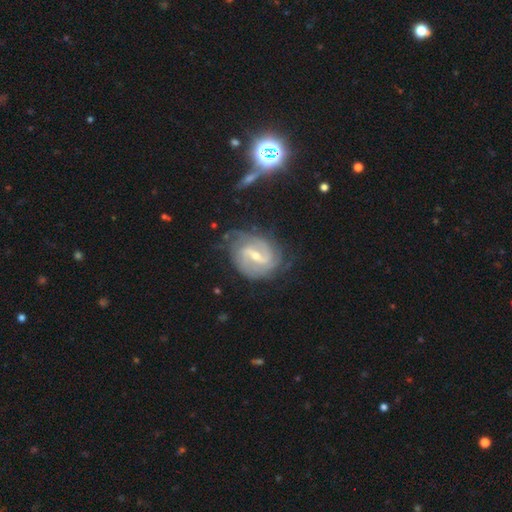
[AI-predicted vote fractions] Smooth or featured? Predicted: featured or disk (p=0.89). Edge-on disk? Predicted: no (p=0.97). Bar? Predicted: weak (p=0.46). Spiral arms? Predicted: yes (p=0.96). Spiral winding? Predicted: tight (p=0.46). Spiral arm count? Predicted: 2 (p=0.60). Bulge size? Predicted: small (p=0.54). Merging? Predicted: none (p=0.71).